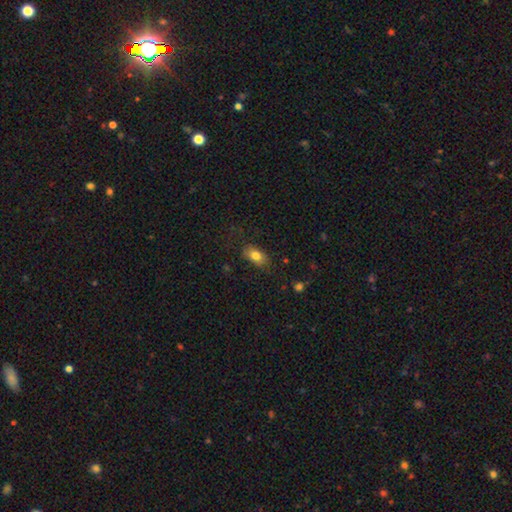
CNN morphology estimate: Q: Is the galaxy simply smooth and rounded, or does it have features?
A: smooth — 80%.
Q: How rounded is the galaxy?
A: in between — 85%.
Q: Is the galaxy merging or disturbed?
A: none — 77%.